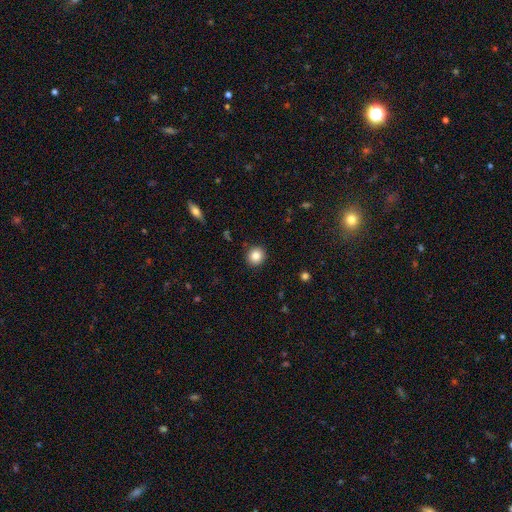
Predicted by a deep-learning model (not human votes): A smooth galaxy with no disk features (85%) that is round (89%).

Vote fractions:
- Smooth or featured? smooth: 85% / star or artifact: 10% / featured or disk: 6%
- How rounded? round: 89% / in between: 10% / cigar-shaped: 1%
- Merging? none: 91% / minor disturbance: 6% / major disturbance: 2% / merger: 1%